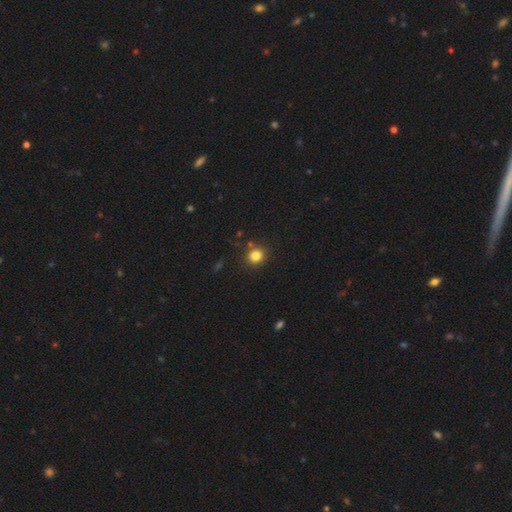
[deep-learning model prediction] This appears to be a smooth galaxy with no disk features (82%) that is round (87%). Merging: none (83%).